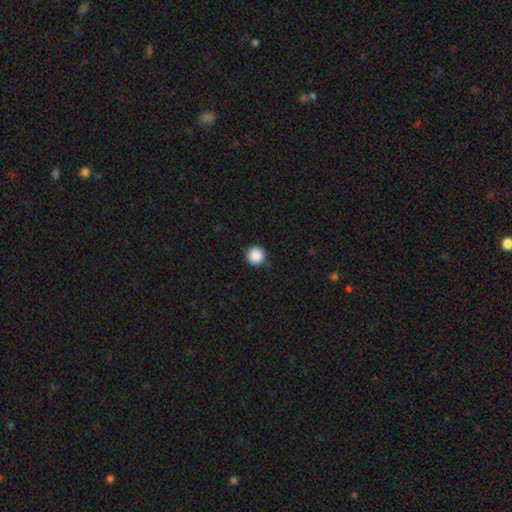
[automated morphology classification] type=smooth (88%); roundness=round (96%); merging=none (89%).